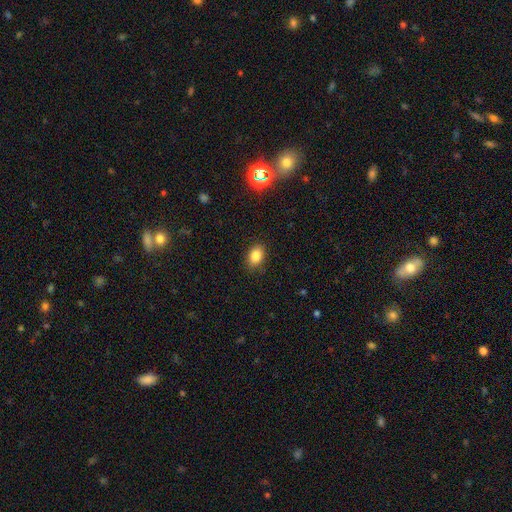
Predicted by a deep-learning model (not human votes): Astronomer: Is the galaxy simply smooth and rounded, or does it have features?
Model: smooth — 84%.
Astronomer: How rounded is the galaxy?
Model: in between — 81%.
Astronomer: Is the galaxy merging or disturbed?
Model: none — 86%.